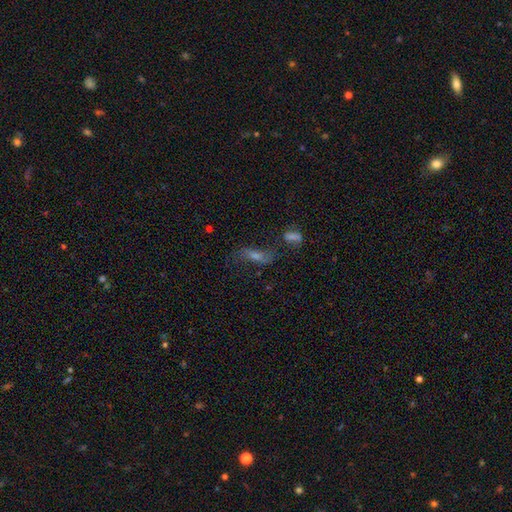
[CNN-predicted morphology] The model was most divided on "smooth or featured": featured or disk: 44%, smooth: 34%, star or artifact: 23%. More confident: merging — none (57%).